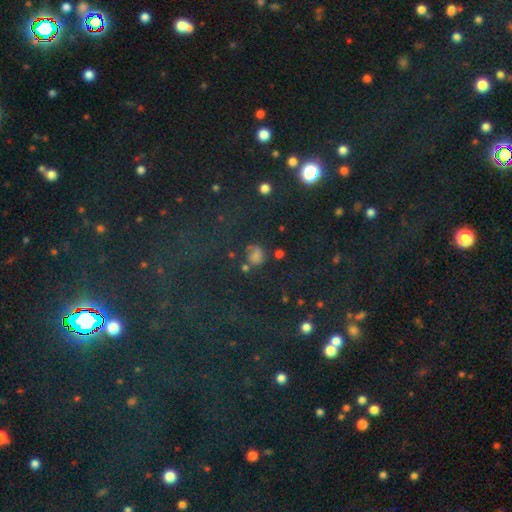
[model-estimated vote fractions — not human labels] This appears to be a star or artifact, not a galaxy (46%).